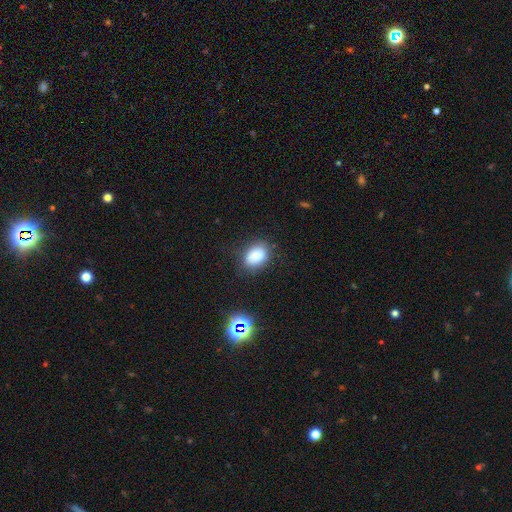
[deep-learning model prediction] Smooth or featured: smooth — 83% (star or artifact — 10%)
How rounded: in between — 77% (round — 22%)
Merging: none — 78% (minor disturbance — 15%)